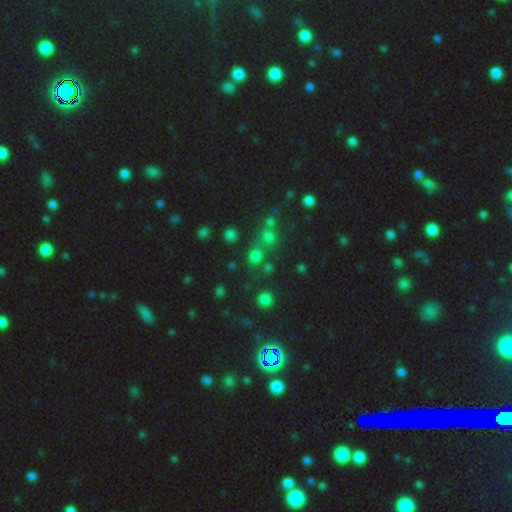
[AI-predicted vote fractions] smooth-or-featured: smooth: 60% | star or artifact: 33% | featured or disk: 8%
  how-rounded: round: 86% | in between: 12% | cigar-shaped: 1%
  merging: none: 66% | merger: 20% | minor disturbance: 10% | major disturbance: 5%